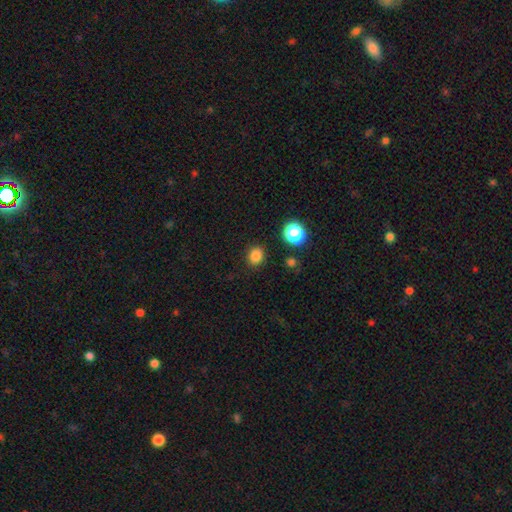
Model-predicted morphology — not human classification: type=smooth (83%); roundness=round (68%); merging=none (88%).